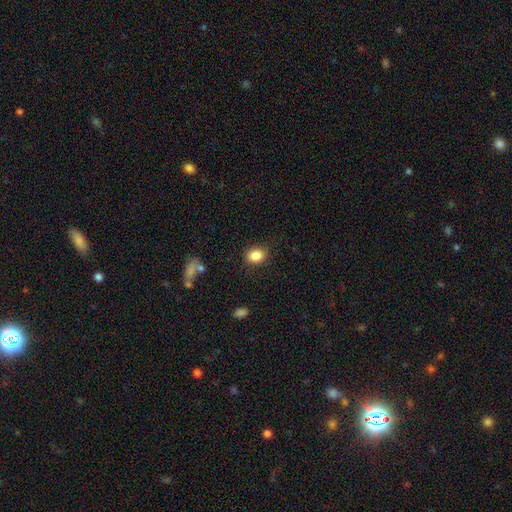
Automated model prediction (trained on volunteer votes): smooth_or_featured: smooth (p=0.86) [alt: star or artifact p=0.09]
how_rounded: in between (p=0.57) [alt: round p=0.42]
merging: none (p=0.84) [alt: minor disturbance p=0.11]